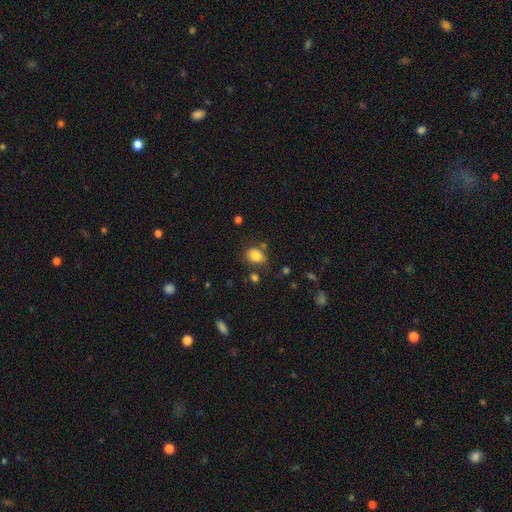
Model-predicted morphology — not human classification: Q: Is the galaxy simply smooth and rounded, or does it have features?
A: smooth — 83%.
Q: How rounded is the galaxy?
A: in between — 63%.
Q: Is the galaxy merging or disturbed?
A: none — 71%.